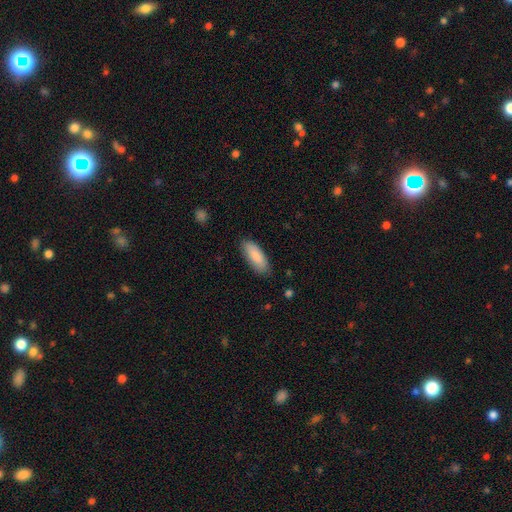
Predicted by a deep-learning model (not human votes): A smooth galaxy with no disk features (88%) that is in between round and cigar-shaped (73%).

Vote fractions:
- Smooth or featured? smooth: 88% / featured or disk: 6% / star or artifact: 6%
- How rounded? in between: 73% / cigar-shaped: 25% / round: 1%
- Merging? none: 85% / minor disturbance: 12% / major disturbance: 2% / merger: 1%